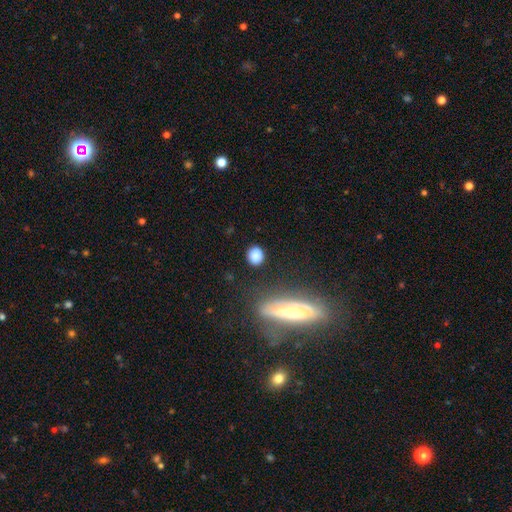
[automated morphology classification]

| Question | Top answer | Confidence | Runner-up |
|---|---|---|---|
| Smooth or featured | smooth | 84% | star or artifact (10%) |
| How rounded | round | 67% | in between (31%) |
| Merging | none | 84% | minor disturbance (10%) |